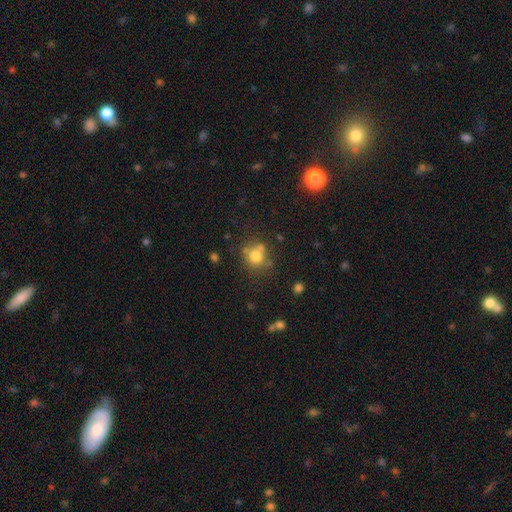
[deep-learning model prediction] This is likely a smooth galaxy (74%). How rounded: clearly round (80%). Merging: possibly none (59%).